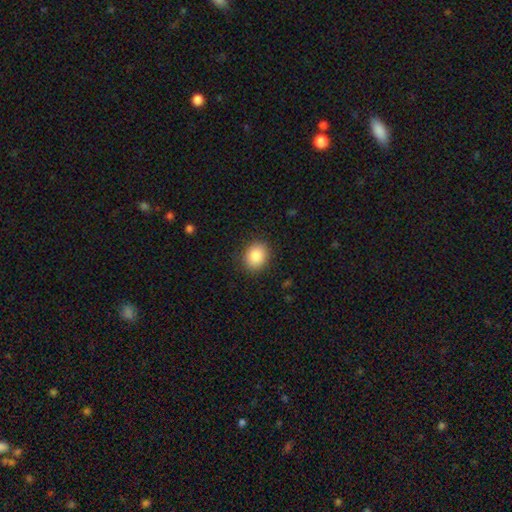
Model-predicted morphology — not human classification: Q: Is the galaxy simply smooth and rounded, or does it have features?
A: smooth — 88%.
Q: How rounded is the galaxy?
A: round — 53%.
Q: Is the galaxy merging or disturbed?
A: none — 88%.